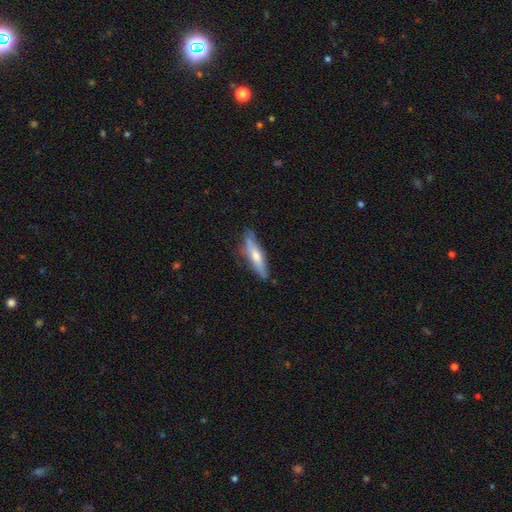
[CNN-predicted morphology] A smooth galaxy with no disk features (47%, tied with featured or disk).

Vote fractions:
- Smooth or featured? smooth: 47% (tied) / featured or disk: 47% (tied) / star or artifact: 6%
- Merging? none: 73% / minor disturbance: 20% / major disturbance: 4% / merger: 2%